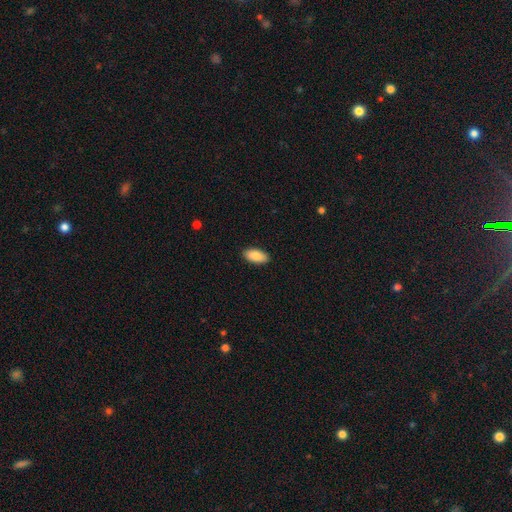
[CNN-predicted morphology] Smooth or featured? smooth (88%)
How rounded? in between (93%)
Merging? none (90%)